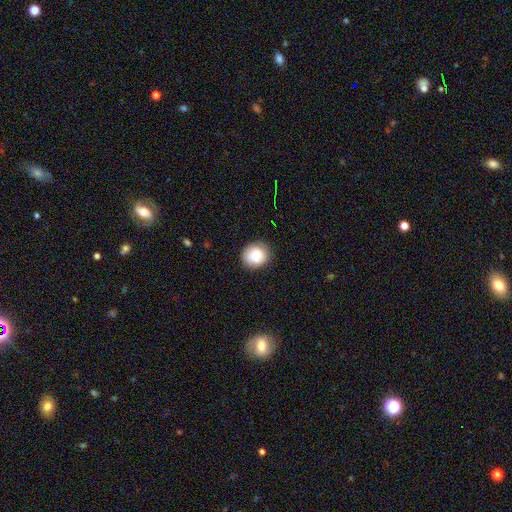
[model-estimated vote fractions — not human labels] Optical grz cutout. It shows a smooth galaxy with no disk features (84%) that is round (82%). Merging: none (85%).